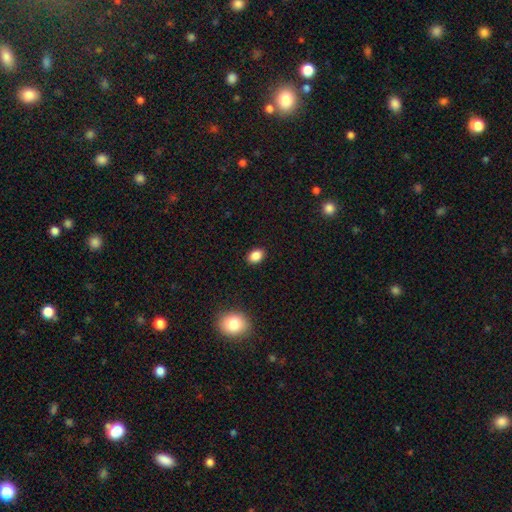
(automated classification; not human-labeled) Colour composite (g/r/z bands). It shows a smooth galaxy with no disk features (87%) that is in between round and cigar-shaped (72%). Merging: none (89%).